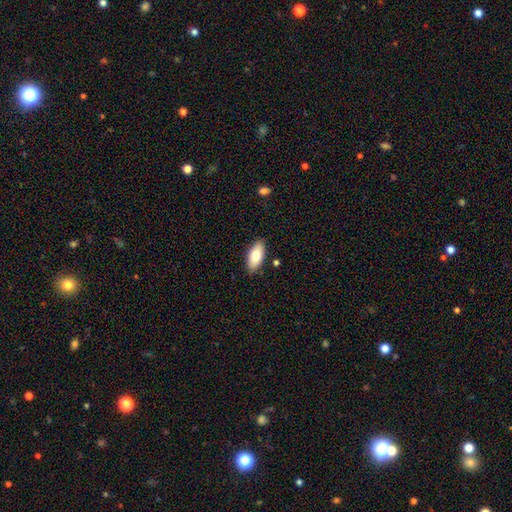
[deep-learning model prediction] smooth_or_featured: smooth (p=0.78) [alt: featured or disk p=0.16]
how_rounded: in between (p=0.89) [alt: cigar-shaped p=0.09]
merging: none (p=0.86) [alt: minor disturbance p=0.10]